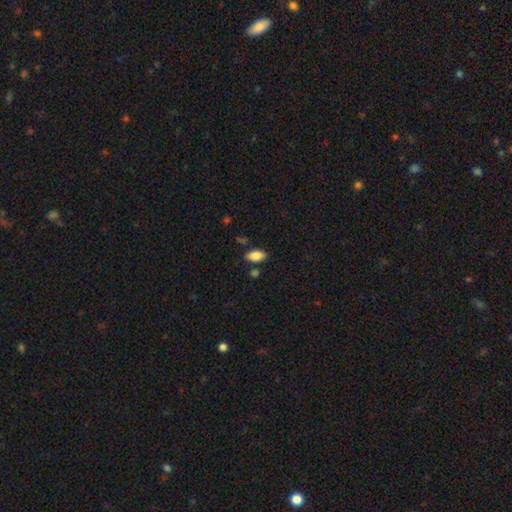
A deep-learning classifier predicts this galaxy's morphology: Smooth or featured? Predicted: smooth (p=0.86). How rounded? Predicted: in between (p=0.93). Merging? Predicted: none (p=0.82).